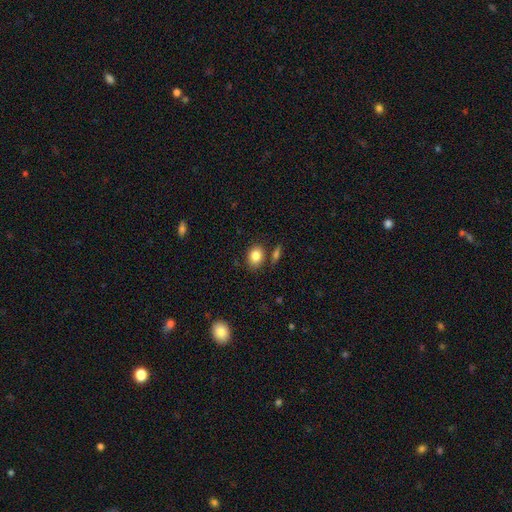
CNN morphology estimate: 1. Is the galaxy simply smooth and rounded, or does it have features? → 85% smooth, 8% star or artifact, 7% featured or disk.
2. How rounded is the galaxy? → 70% in between, 28% round, 1% cigar-shaped.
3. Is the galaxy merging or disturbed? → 76% none, 12% minor disturbance, 9% merger, 3% major disturbance.